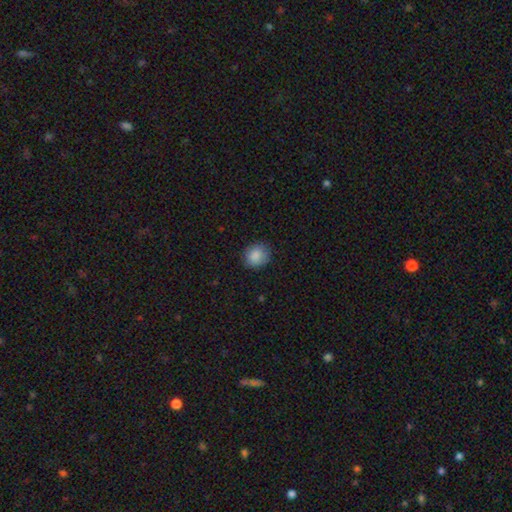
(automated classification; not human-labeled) smooth-or-featured: smooth: 87% | star or artifact: 8% | featured or disk: 5%
  how-rounded: round: 76% | in between: 23% | cigar-shaped: 1%
  merging: none: 84% | minor disturbance: 12% | major disturbance: 3% | merger: 1%